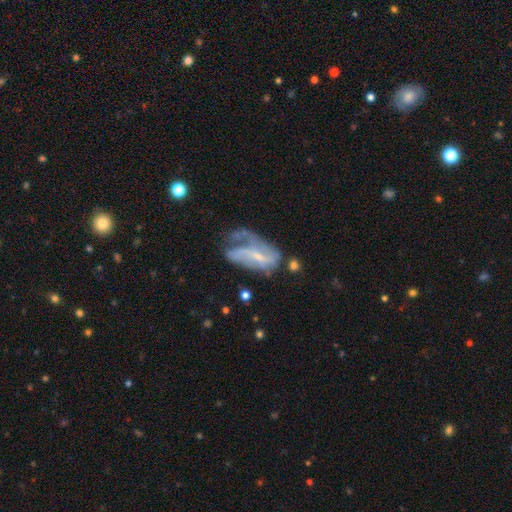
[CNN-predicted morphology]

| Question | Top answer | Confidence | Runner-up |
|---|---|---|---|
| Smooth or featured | featured or disk | 70% | smooth (22%) |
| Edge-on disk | no | 93% | yes (7%) |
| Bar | weak | 40% | no (37%) |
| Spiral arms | yes | 69% | no (31%) |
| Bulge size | small | 57% | moderate (22%) |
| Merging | major disturbance | 42% | none (26%) |